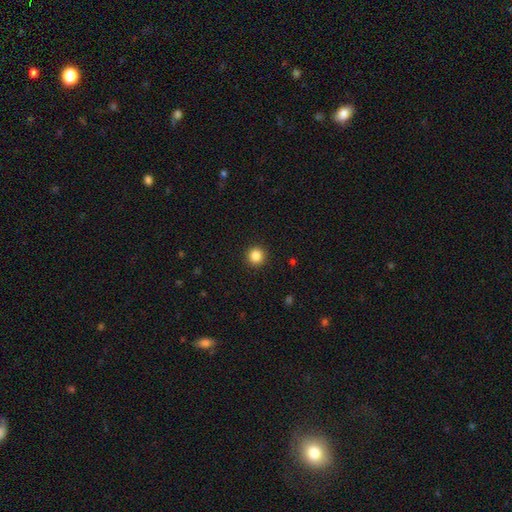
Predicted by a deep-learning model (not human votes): smooth 86%, star or artifact 10%, featured or disk 4%. Down the decision tree: how rounded — round (95%); merging — none (93%).